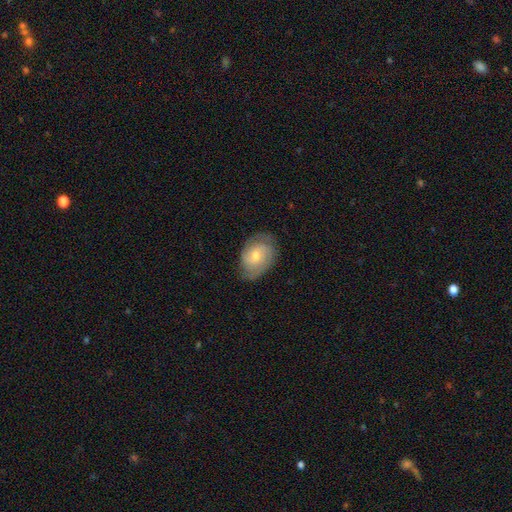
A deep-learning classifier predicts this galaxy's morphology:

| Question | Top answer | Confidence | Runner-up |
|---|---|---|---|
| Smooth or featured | featured or disk | 64% | smooth (29%) |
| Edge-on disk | no | 96% | yes (4%) |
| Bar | no | 62% | weak (32%) |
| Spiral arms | yes | 87% | no (13%) |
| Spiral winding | tight | 56% | medium (34%) |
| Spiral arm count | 2 | 56% | can't tell (26%) |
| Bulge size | moderate | 54% | small (42%) |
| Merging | none | 75% | minor disturbance (19%) |